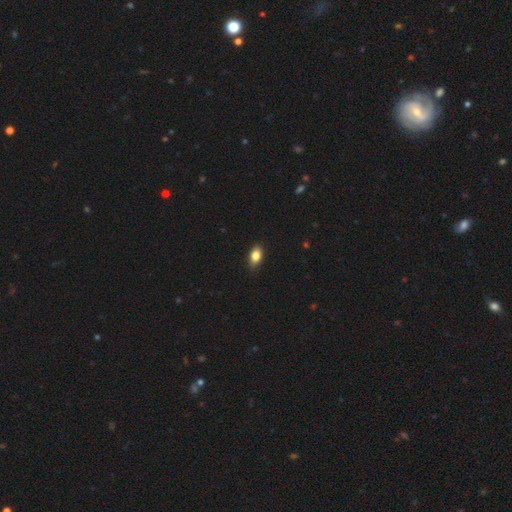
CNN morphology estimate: This is clearly a smooth galaxy (82%). How rounded: clearly in between (84%). Merging: clearly none (83%).